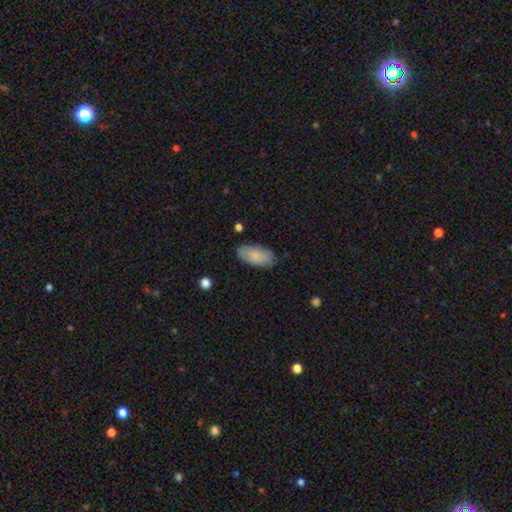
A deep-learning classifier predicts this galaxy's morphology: Smooth or featured: smooth — 83% (featured or disk — 11%)
How rounded: in between — 93% (cigar-shaped — 4%)
Merging: none — 78% (minor disturbance — 17%)